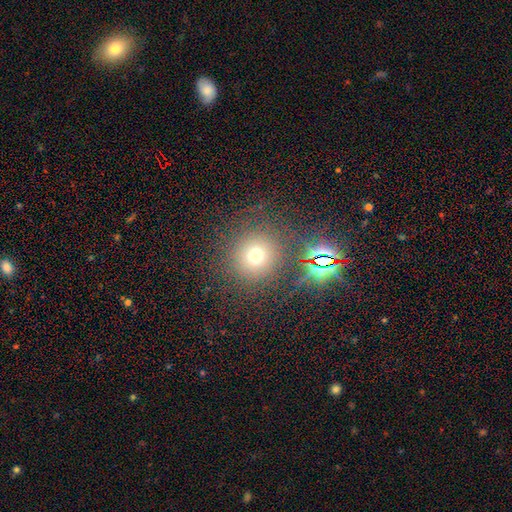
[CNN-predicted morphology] smooth 65%, star or artifact 25%, featured or disk 10%. Down the decision tree: how rounded — round (91%); merging — none (83%).